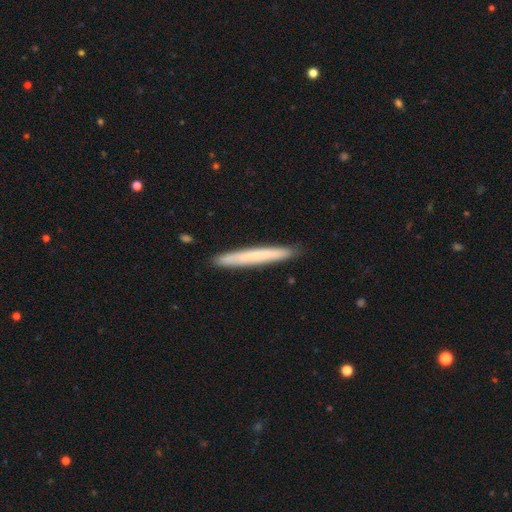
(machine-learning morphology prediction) Overall: smooth (65%; featured or disk 29%). How rounded: cigar-shaped (97%). Merging: none (92%).